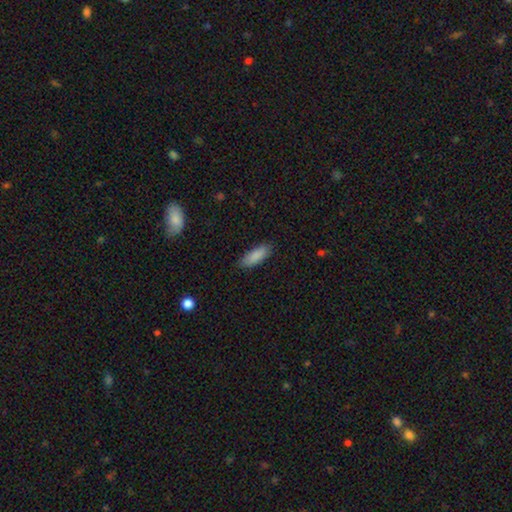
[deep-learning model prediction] Smooth or featured?
  - smooth: 88% *
  - star or artifact: 6%
  - featured or disk: 6%
How rounded?
  - in between: 63% *
  - cigar-shaped: 35%
  - round: 2%
Merging?
  - none: 85% *
  - minor disturbance: 11%
  - major disturbance: 2%
  - merger: 1%